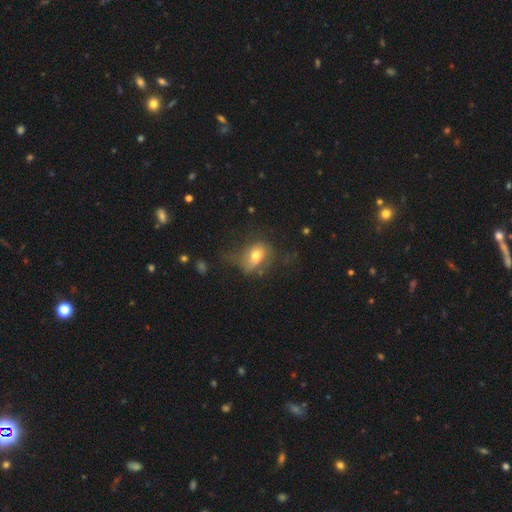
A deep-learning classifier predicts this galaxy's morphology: Smooth or featured?
  - smooth: 63% *
  - featured or disk: 27%
  - star or artifact: 10%
How rounded?
  - in between: 78% *
  - round: 19%
  - cigar-shaped: 3%
Merging?
  - none: 38% *
  - major disturbance: 30%
  - minor disturbance: 29%
  - merger: 3%